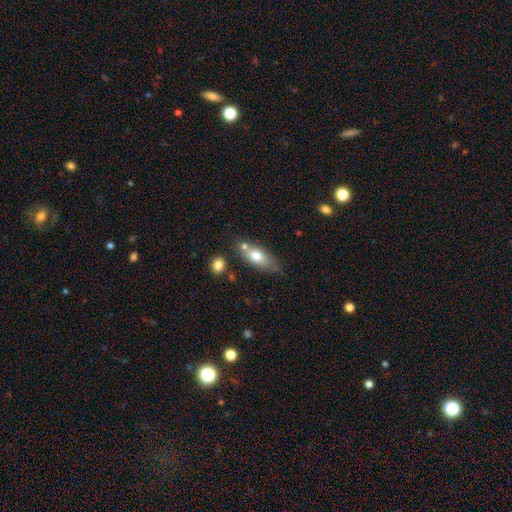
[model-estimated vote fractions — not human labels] Smooth or featured? smooth (69%)
How rounded? in between (74%)
Merging? none (57%)